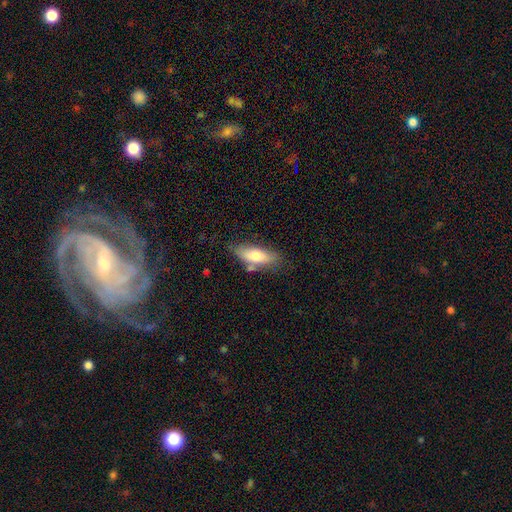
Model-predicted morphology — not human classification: smooth-or-featured: smooth: 70% | featured or disk: 23% | star or artifact: 6%
  how-rounded: in between: 68% | cigar-shaped: 29% | round: 3%
  merging: none: 64% | minor disturbance: 21% | merger: 10% | major disturbance: 5%